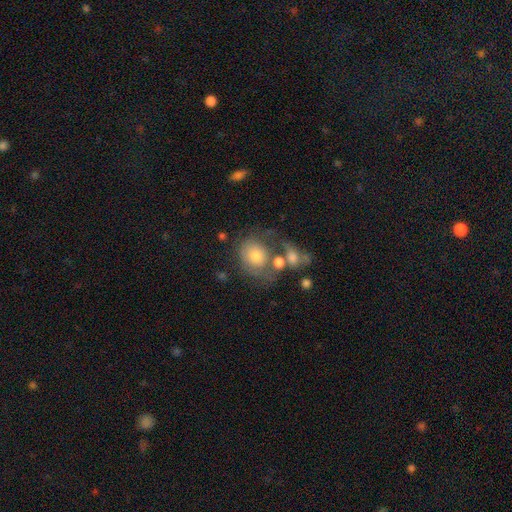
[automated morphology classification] smooth_or_featured: smooth (p=0.64) [alt: featured or disk p=0.27]
how_rounded: round (p=0.63) [alt: in between p=0.36]
merging: none (p=0.35) [alt: merger p=0.30]